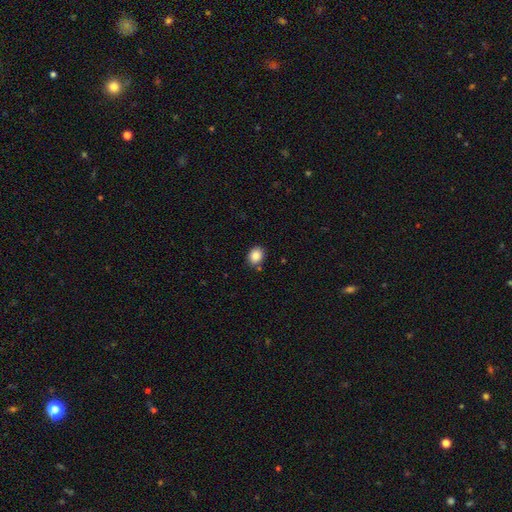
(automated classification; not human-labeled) Overall: smooth (87%). How rounded: round (56%; in between 43%). Merging: none (83%).